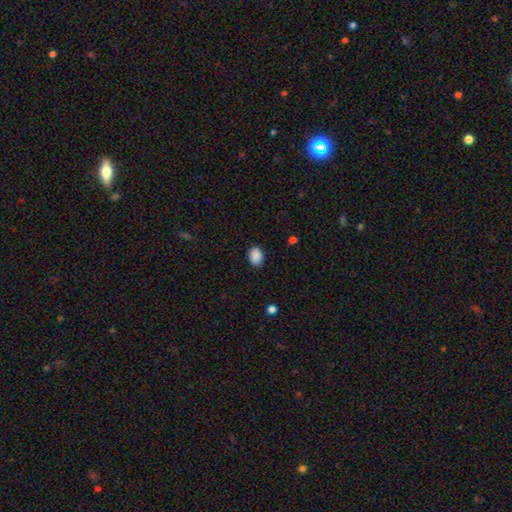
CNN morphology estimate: smooth 89%, star or artifact 8%, featured or disk 3%. Down the decision tree: how rounded — in between (71%); merging — none (86%).